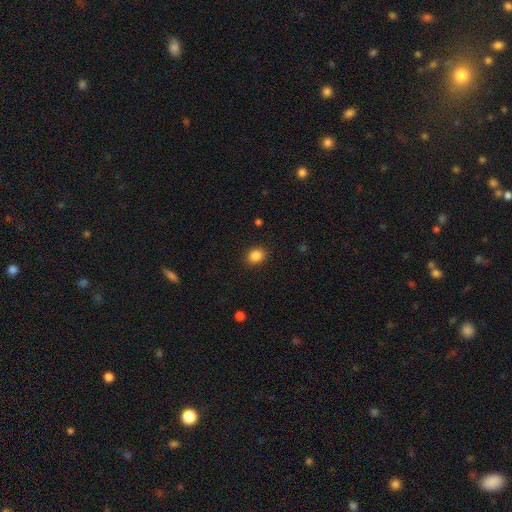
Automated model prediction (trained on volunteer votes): Smooth or featured?
  - smooth: 86% *
  - star or artifact: 10%
  - featured or disk: 4%
How rounded?
  - round: 52% *
  - in between: 47%
  - cigar-shaped: 1%
Merging?
  - none: 89% *
  - minor disturbance: 7%
  - major disturbance: 2%
  - merger: 1%